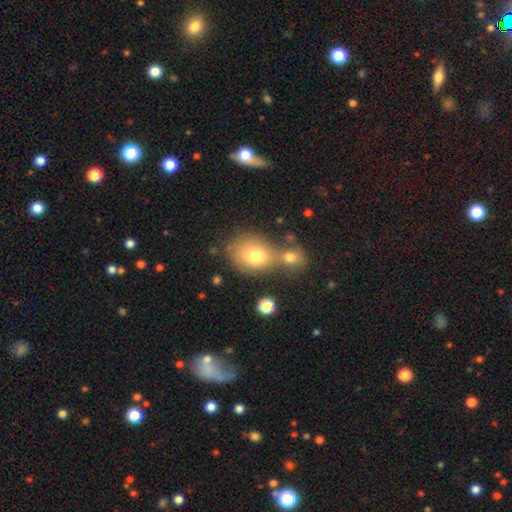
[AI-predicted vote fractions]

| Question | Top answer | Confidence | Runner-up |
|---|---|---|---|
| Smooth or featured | smooth | 74% | featured or disk (14%) |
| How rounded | round | 51% | in between (48%) |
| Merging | merger | 43% | none (40%) |